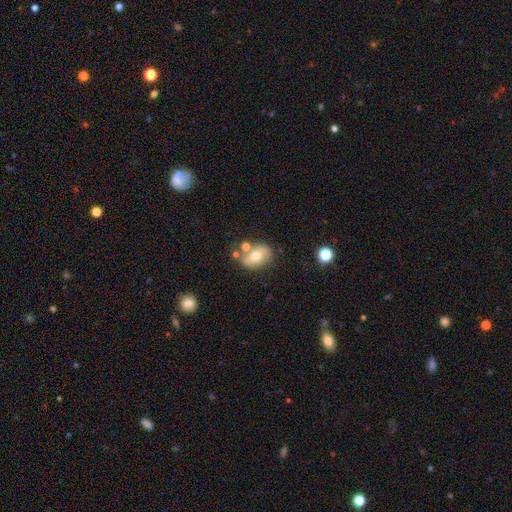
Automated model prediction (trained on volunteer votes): Morphology: type=smooth (52%); roundness=in between (69%); merging=none (66%).